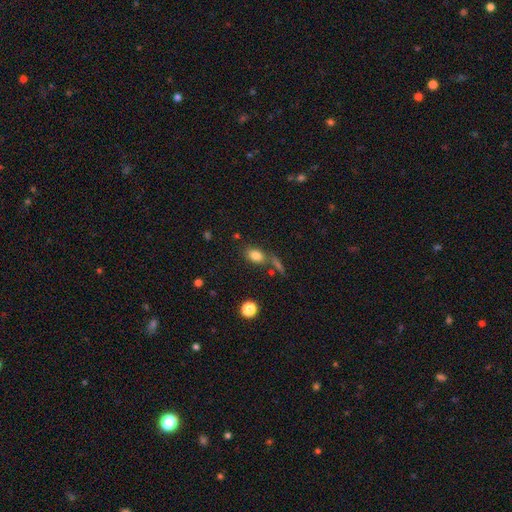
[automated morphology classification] Smooth or featured?
  - smooth: 80% *
  - star or artifact: 11%
  - featured or disk: 9%
How rounded?
  - in between: 80% *
  - round: 17%
  - cigar-shaped: 3%
Merging?
  - none: 67% *
  - merger: 15%
  - minor disturbance: 13%
  - major disturbance: 5%